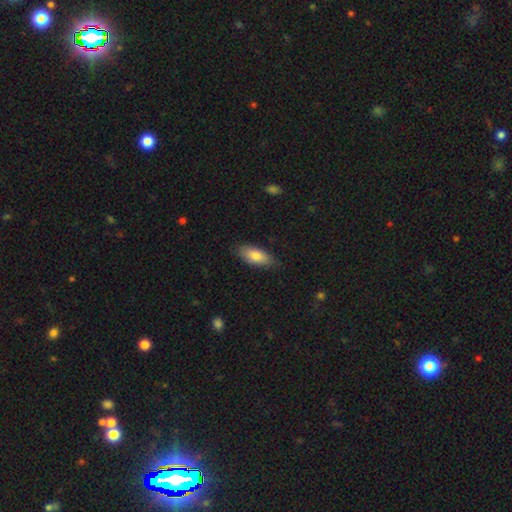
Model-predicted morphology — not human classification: Smooth or featured: smooth — 82% (featured or disk — 12%)
How rounded: in between — 86% (cigar-shaped — 12%)
Merging: none — 79% (minor disturbance — 17%)